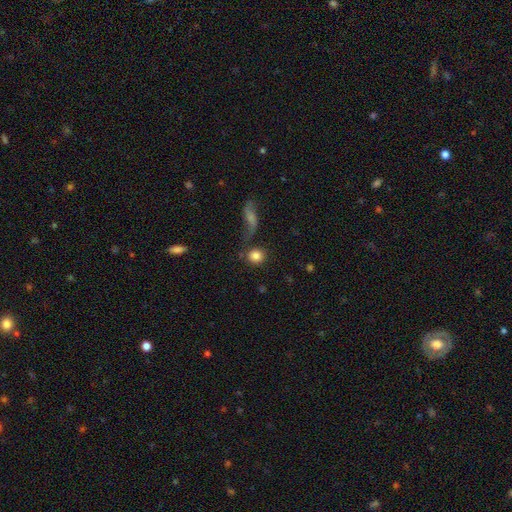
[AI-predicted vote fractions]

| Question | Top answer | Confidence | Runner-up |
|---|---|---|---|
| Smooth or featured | smooth | 83% | star or artifact (8%) |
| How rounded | round | 87% | in between (11%) |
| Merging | none | 70% | merger (13%) |